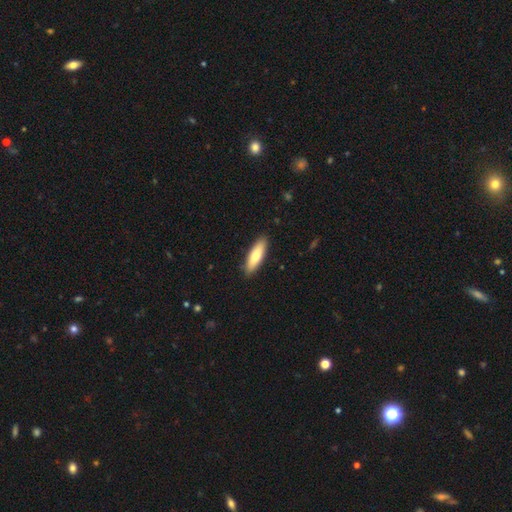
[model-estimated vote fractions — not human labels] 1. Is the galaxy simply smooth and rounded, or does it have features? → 73% smooth, 22% featured or disk, 5% star or artifact.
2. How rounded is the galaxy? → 53% cigar-shaped, 46% in between, 2% round.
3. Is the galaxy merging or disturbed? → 89% none, 8% minor disturbance, 2% major disturbance, 1% merger.